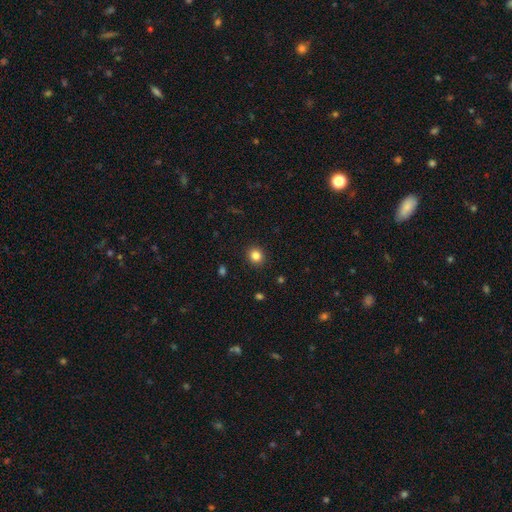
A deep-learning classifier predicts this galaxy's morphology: smooth-or-featured: smooth: 84% | star or artifact: 11% | featured or disk: 5%
  how-rounded: round: 82% | in between: 17% | cigar-shaped: 1%
  merging: none: 91% | minor disturbance: 6% | major disturbance: 2% | merger: 1%